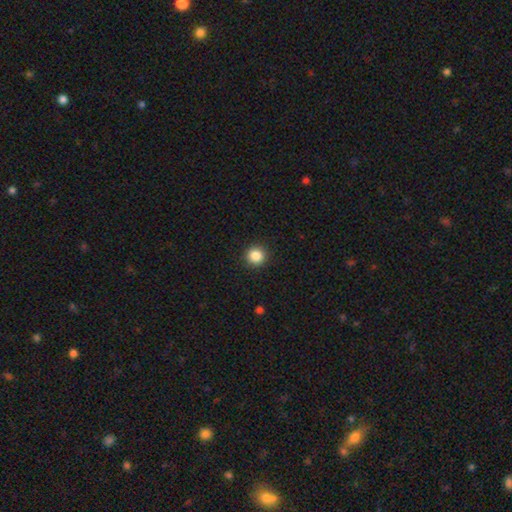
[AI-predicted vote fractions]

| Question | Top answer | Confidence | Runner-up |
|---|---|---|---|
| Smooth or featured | smooth | 86% | star or artifact (10%) |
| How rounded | round | 94% | in between (5%) |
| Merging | none | 92% | minor disturbance (5%) |